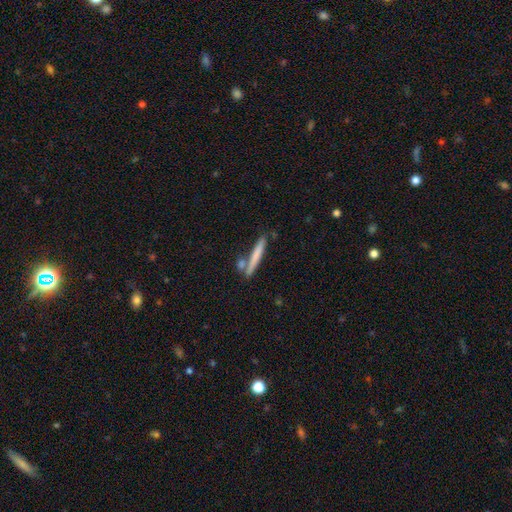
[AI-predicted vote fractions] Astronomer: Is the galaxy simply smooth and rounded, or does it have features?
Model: smooth — 68%.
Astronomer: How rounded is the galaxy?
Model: cigar-shaped — 94%.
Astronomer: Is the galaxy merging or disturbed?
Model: none — 74%.